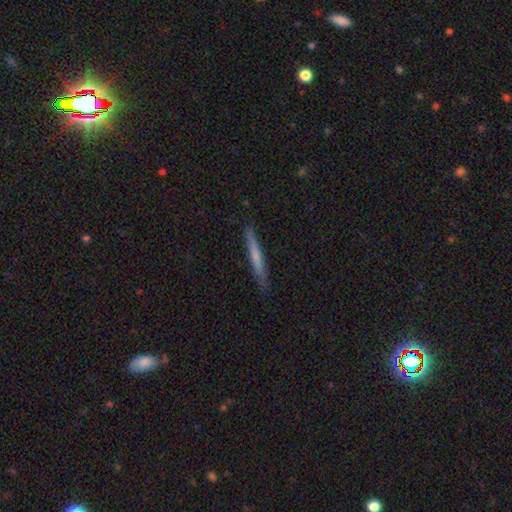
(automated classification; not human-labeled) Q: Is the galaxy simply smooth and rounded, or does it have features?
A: smooth — 56%.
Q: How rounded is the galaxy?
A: cigar-shaped — 96%.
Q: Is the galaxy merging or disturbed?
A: none — 88%.